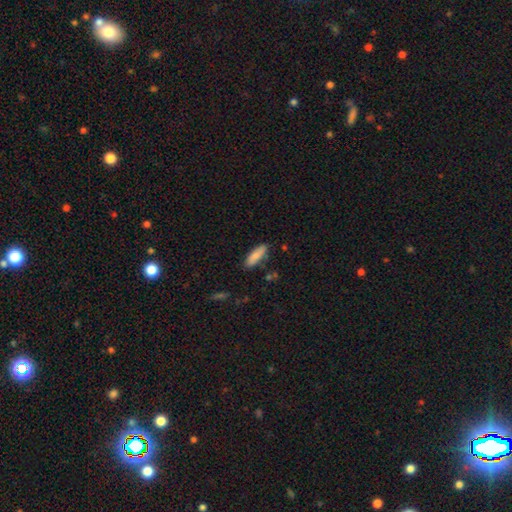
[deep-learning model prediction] smooth 82%, featured or disk 11%, star or artifact 6%. Down the decision tree: how rounded — in between (51%); merging — none (82%).